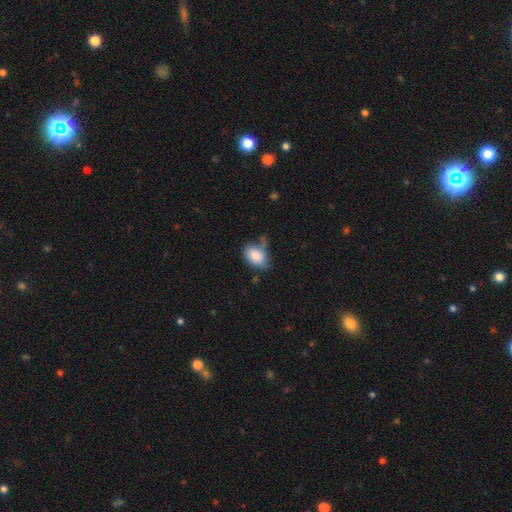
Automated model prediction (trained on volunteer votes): The model was most divided on "merging": none: 52%, minor disturbance: 30%, major disturbance: 9%, merger: 9%. More confident: smooth or featured — smooth (85%); how rounded — in between (85%).